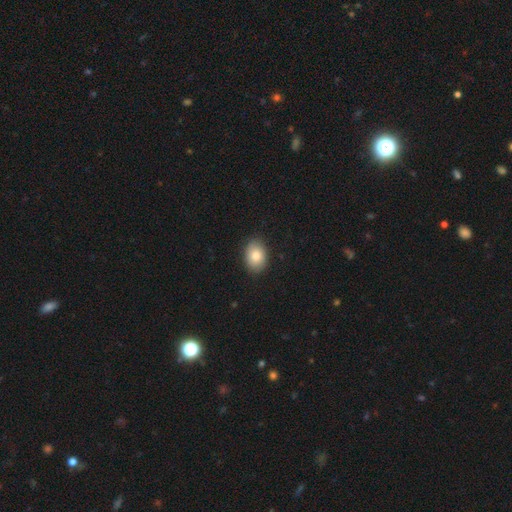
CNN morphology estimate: This appears to be a smooth galaxy with no disk features (83%) that is in between round and cigar-shaped (74%). Merging: none (86%).